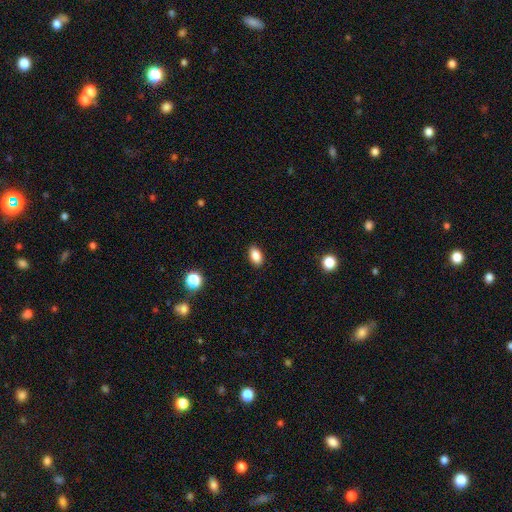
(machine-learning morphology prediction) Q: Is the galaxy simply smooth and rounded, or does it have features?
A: smooth — 86%.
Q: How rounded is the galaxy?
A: in between — 90%.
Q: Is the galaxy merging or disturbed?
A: none — 89%.